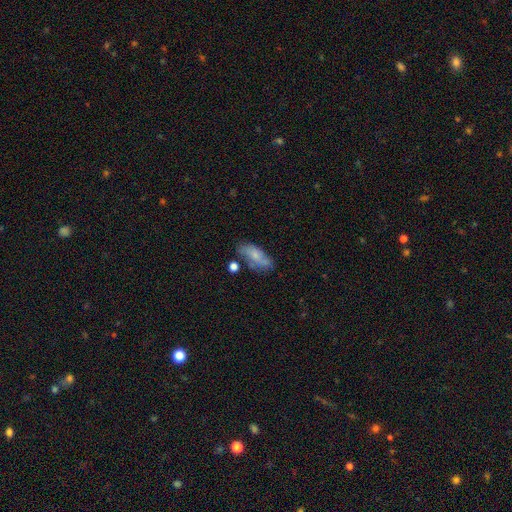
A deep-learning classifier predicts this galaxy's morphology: Q: Smooth or featured?
A: smooth (67%); runner-up: featured or disk (25%)
Q: How rounded?
A: in between (83%); runner-up: cigar-shaped (14%)
Q: Merging?
A: none (52%); runner-up: minor disturbance (26%)